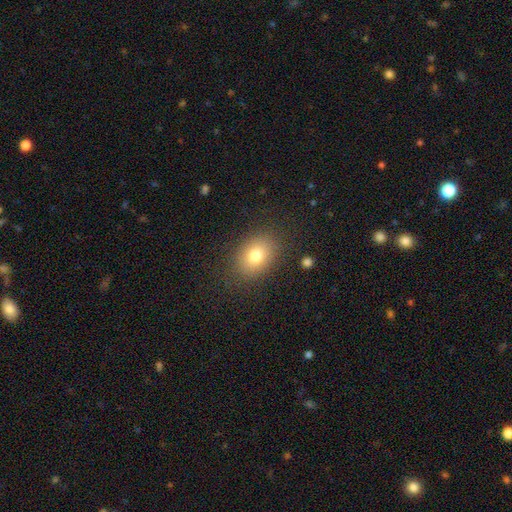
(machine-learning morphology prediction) type=smooth (79%); roundness=in between (71%); merging=none (85%).